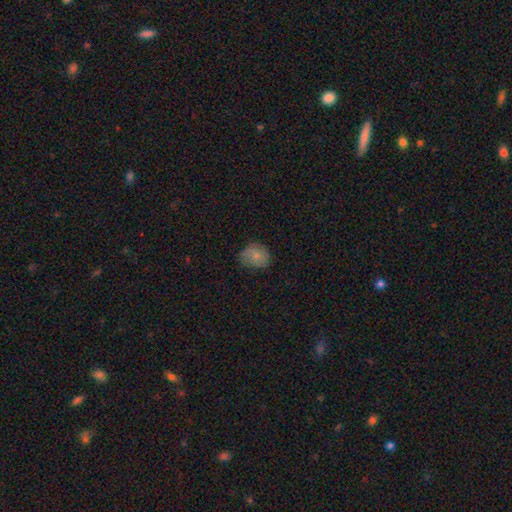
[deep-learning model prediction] This appears to be a smooth galaxy with no disk features (65%) that is round (61%). Merging: none (66%).